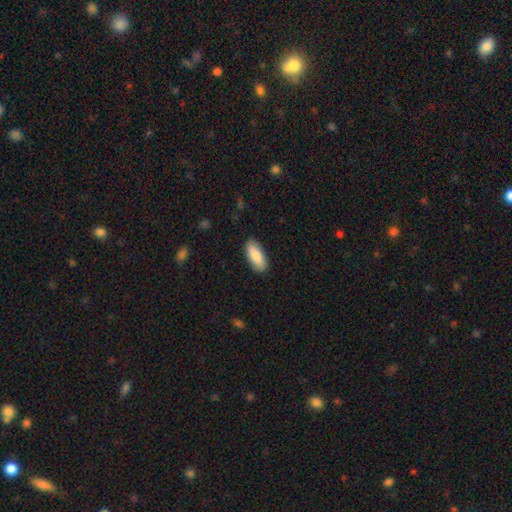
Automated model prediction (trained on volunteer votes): Overall: smooth (84%). How rounded: in between (80%). Merging: none (88%).